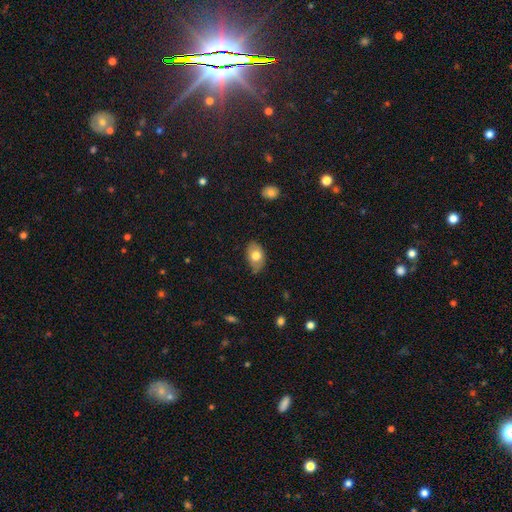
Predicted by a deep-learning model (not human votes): A smooth galaxy with no disk features (73%) that is in between round and cigar-shaped (89%). Merging: none (68%).